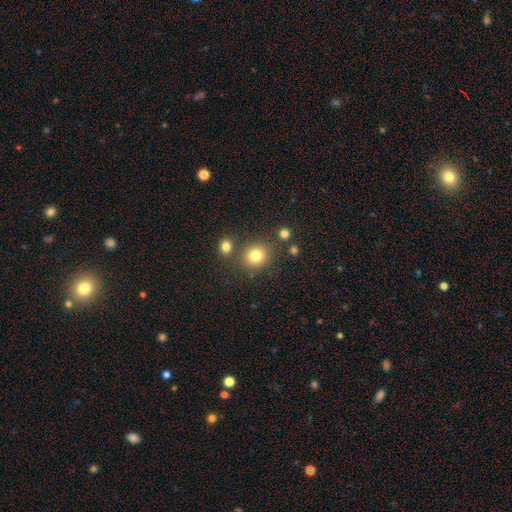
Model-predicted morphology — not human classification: This is clearly a smooth galaxy (81%). How rounded: clearly round (84%). Merging: likely none (78%).